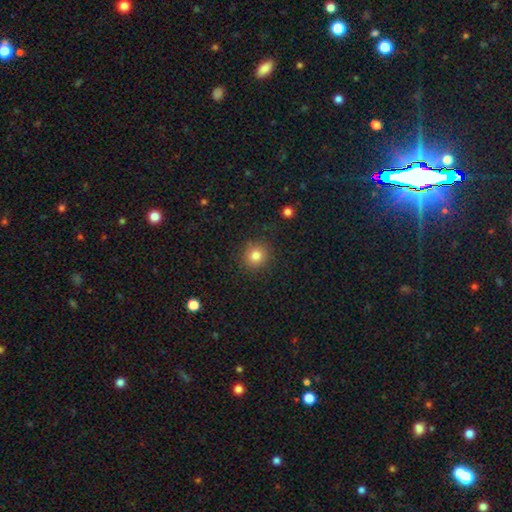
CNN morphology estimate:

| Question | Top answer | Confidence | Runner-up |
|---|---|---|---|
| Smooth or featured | smooth | 82% | star or artifact (12%) |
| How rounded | round | 90% | in between (9%) |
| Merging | none | 89% | minor disturbance (7%) |